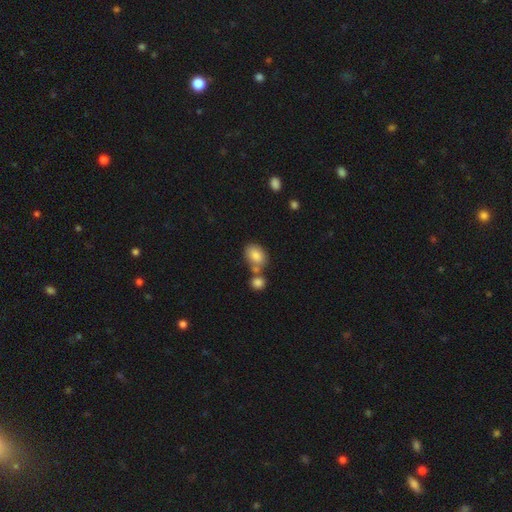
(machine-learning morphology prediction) This is clearly a smooth galaxy (82%). How rounded: likely in between (78%). Merging: possibly none (54%).